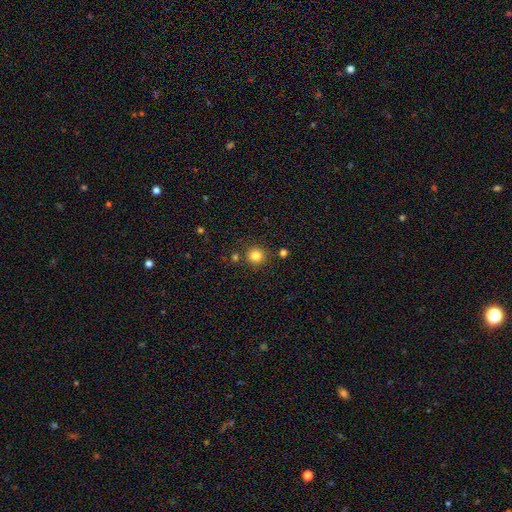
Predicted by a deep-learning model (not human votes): Q: Smooth or featured?
A: smooth (82%); runner-up: star or artifact (13%)
Q: How rounded?
A: round (94%); runner-up: in between (5%)
Q: Merging?
A: none (83%); runner-up: minor disturbance (8%)